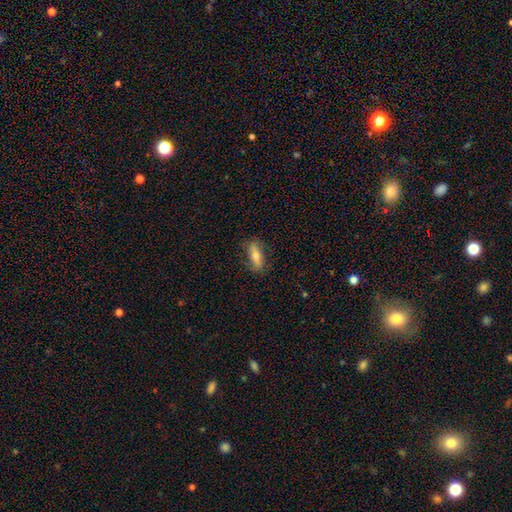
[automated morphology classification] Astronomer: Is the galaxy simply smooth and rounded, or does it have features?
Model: smooth — 51% (runner-up: featured or disk, 39%).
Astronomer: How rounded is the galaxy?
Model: in between — 51% (runner-up: cigar-shaped, 45%).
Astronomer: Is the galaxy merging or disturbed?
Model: none — 80%.